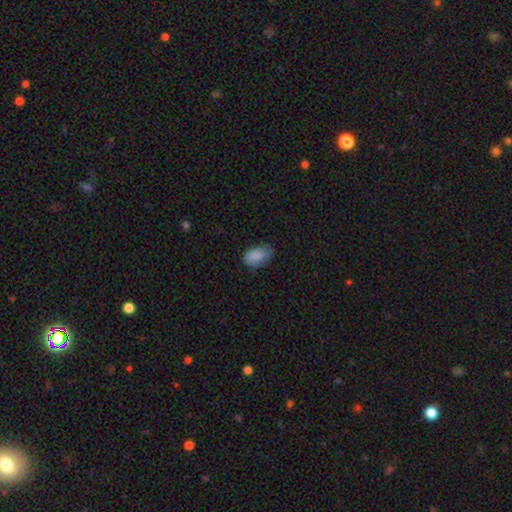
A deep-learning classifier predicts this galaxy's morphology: This appears to be a smooth galaxy with no disk features (87%) that is in between round and cigar-shaped (93%). Merging: none (63%).